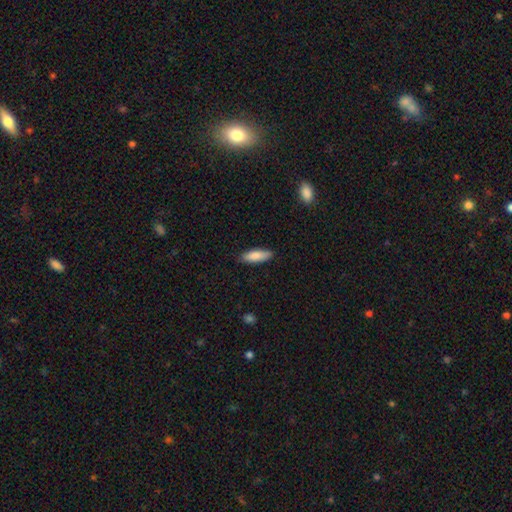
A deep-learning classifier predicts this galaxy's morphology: smooth-or-featured: smooth: 85% | featured or disk: 9% | star or artifact: 6%
  how-rounded: in between: 51% | cigar-shaped: 47% | round: 2%
  merging: none: 86% | minor disturbance: 11% | major disturbance: 2% | merger: 1%